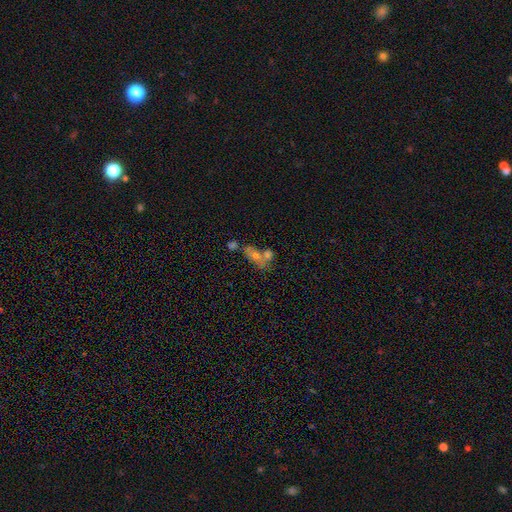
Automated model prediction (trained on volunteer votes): Smooth or featured?
  - smooth: 44% *
  - featured or disk: 36%
  - star or artifact: 20%
Merging?
  - merger: 43% *
  - none: 34%
  - minor disturbance: 12%
  - major disturbance: 10%